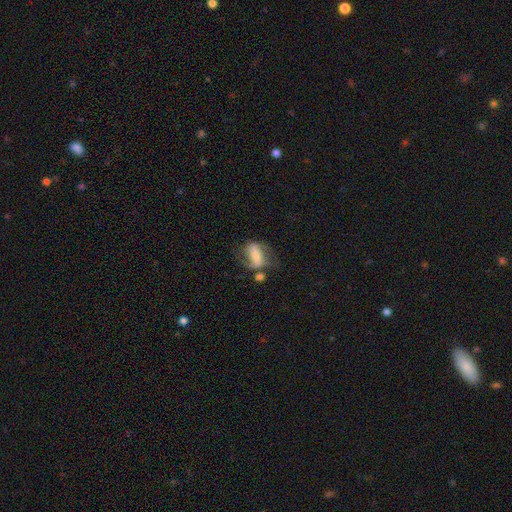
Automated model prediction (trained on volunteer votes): Smooth or featured? featured or disk (57%)
Edge-on disk? no (91%)
Bar? strong (51%)
Spiral arms? yes (73%)
Bulge size? small (44%)
Merging? none (41%)